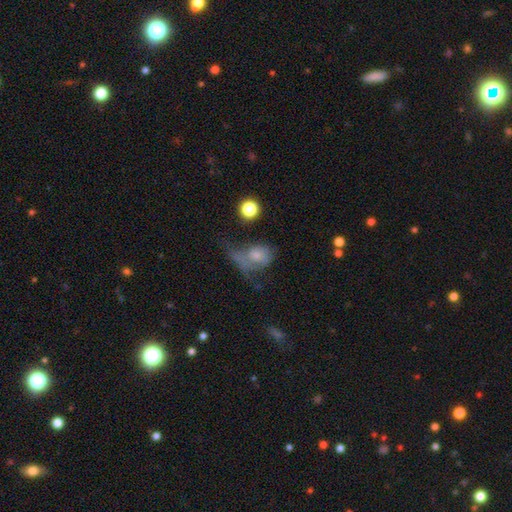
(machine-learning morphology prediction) This is likely a smooth galaxy (60%). How rounded: likely in between (61%). Merging: marginally major disturbance (45%).